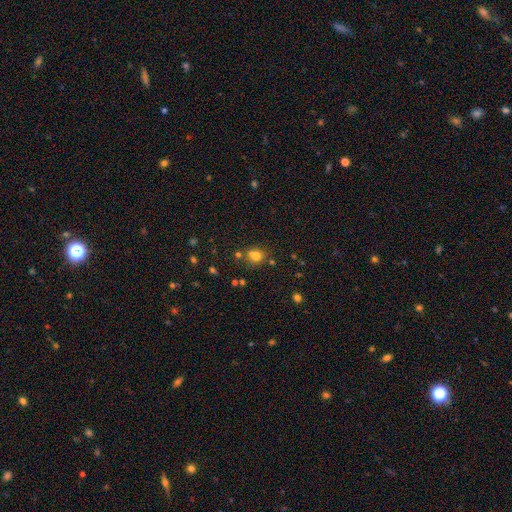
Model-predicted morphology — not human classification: Q: Smooth or featured?
A: smooth (72%); runner-up: star or artifact (18%)
Q: How rounded?
A: round (75%); runner-up: in between (24%)
Q: Merging?
A: none (58%); runner-up: merger (25%)